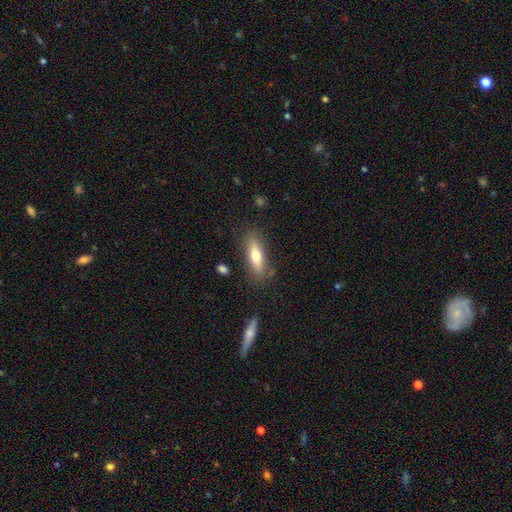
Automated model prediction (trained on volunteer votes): smooth_or_featured: smooth (p=0.62) [alt: featured or disk p=0.31]
how_rounded: cigar-shaped (p=0.55) [alt: in between p=0.43]
merging: none (p=0.81) [alt: minor disturbance p=0.13]